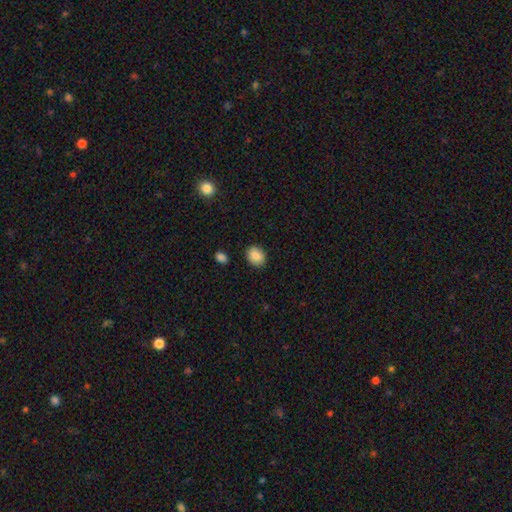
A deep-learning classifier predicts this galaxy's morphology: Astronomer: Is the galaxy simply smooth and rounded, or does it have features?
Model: smooth — 88%.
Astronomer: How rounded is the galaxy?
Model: in between — 53% (runner-up: round, 46%).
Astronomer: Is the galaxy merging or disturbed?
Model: none — 87%.